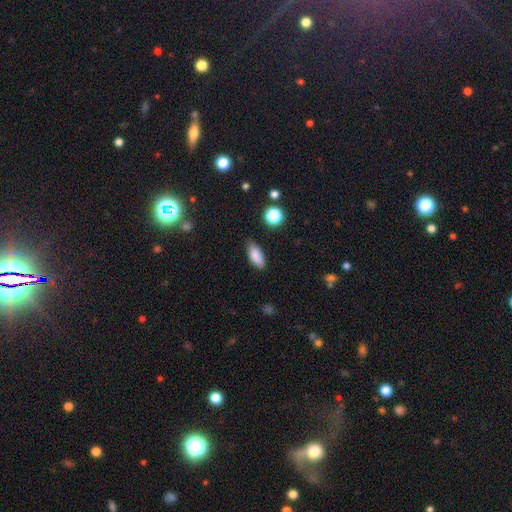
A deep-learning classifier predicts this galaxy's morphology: type=smooth (86%); roundness=in between (82%); merging=none (82%).